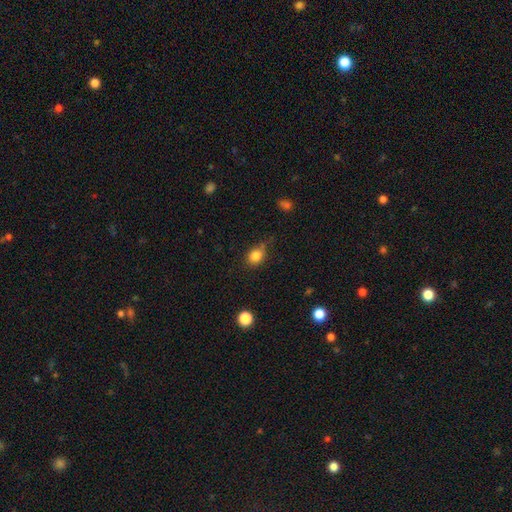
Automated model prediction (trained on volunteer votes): This appears to be a smooth galaxy with no disk features (83%) that is round (56%). Merging: none (58%).